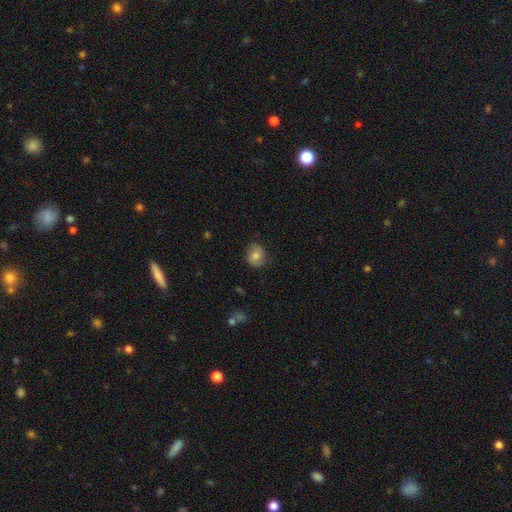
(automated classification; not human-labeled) Q: Smooth or featured?
A: smooth (67%); runner-up: featured or disk (24%)
Q: How rounded?
A: round (71%); runner-up: in between (28%)
Q: Merging?
A: none (74%); runner-up: minor disturbance (20%)